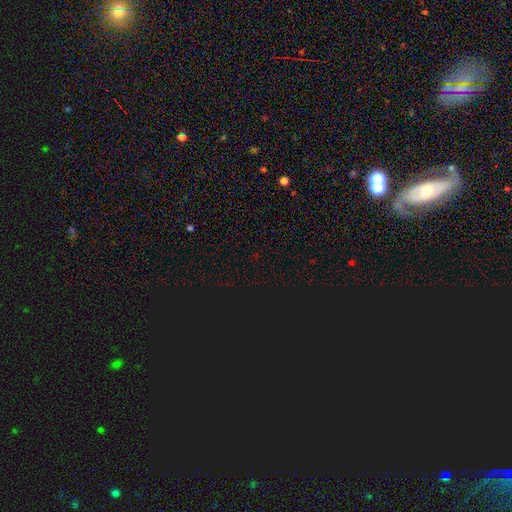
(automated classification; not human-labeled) smooth-or-featured: star or artifact: 75% | smooth: 18% | featured or disk: 7%